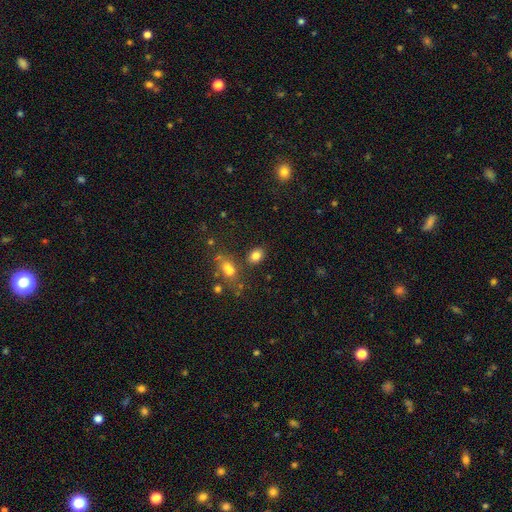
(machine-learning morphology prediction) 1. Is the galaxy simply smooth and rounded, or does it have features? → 82% smooth, 12% star or artifact, 7% featured or disk.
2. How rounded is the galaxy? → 66% in between, 33% round, 2% cigar-shaped.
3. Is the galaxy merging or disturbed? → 75% none, 12% minor disturbance, 9% merger, 4% major disturbance.